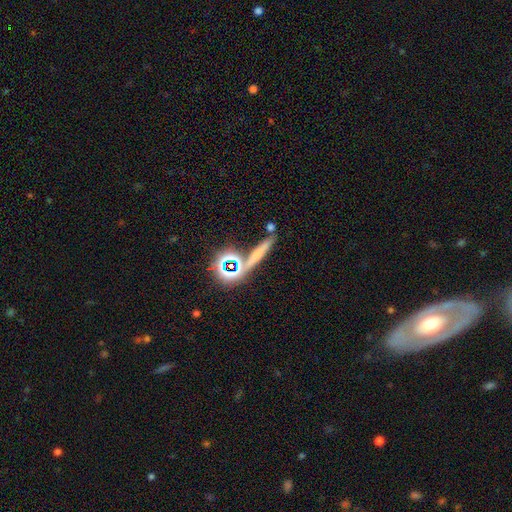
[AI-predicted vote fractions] The model was most divided on "smooth or featured": smooth: 46%, star or artifact: 32%, featured or disk: 22%. More confident: merging — none (69%).